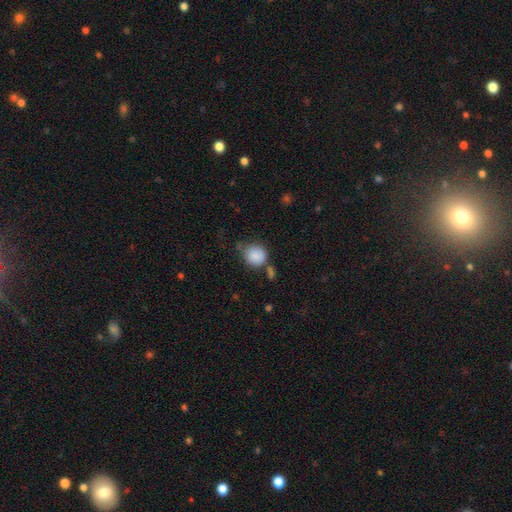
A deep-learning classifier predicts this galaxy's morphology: smooth_or_featured: smooth (p=0.86) [alt: star or artifact p=0.08]
how_rounded: round (p=0.79) [alt: in between p=0.20]
merging: none (p=0.53) [alt: minor disturbance p=0.26]